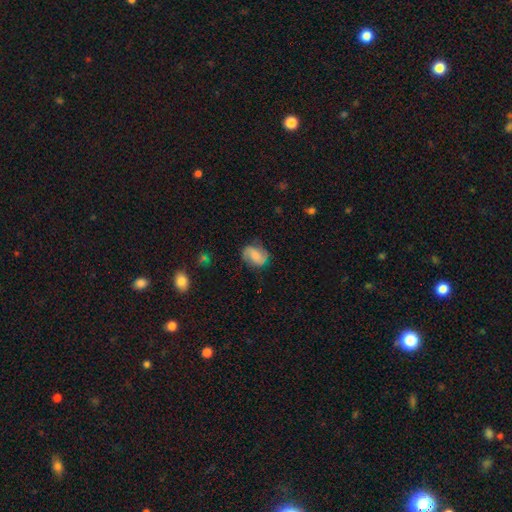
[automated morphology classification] type=featured or disk (57%); edge-on=no (97%); bar=no (46%); spiral arms=yes (92%); winding=medium (43%); arm count=2 (87%); bulge=none (35%); merging=none (72%).